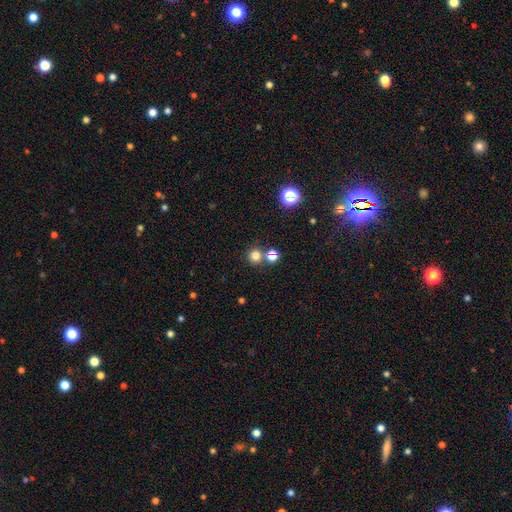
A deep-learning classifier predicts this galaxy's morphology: Overall: smooth (78%). How rounded: round (93%). Merging: none (71%).